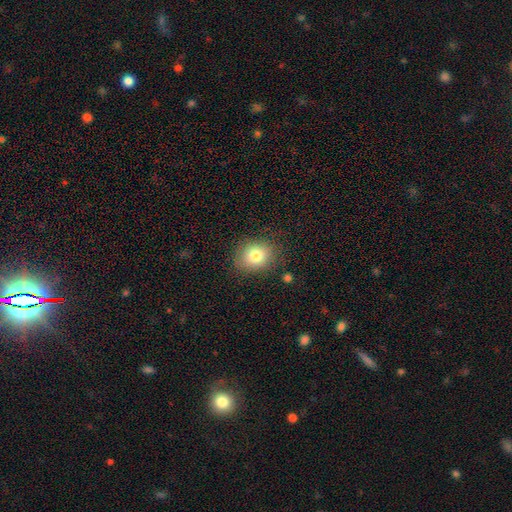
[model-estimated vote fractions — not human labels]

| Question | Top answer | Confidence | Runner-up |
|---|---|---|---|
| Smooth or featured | smooth | 81% | star or artifact (10%) |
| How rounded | round | 55% | in between (44%) |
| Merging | none | 82% | minor disturbance (12%) |